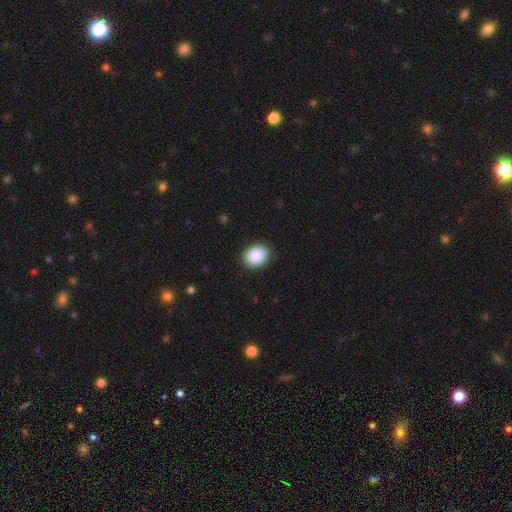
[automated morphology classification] Smooth or featured? smooth (90%)
How rounded? in between (54%)
Merging? none (88%)